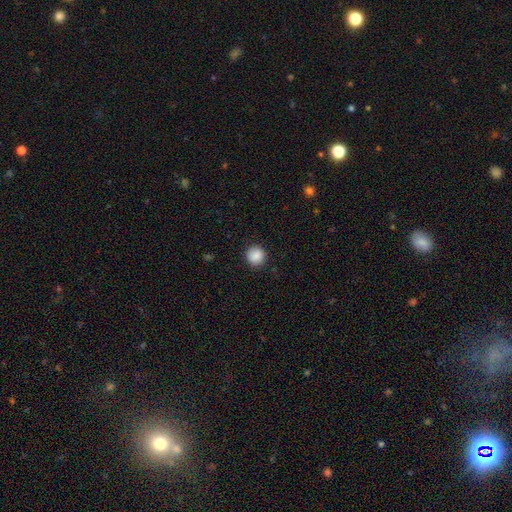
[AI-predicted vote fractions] Smooth or featured: smooth — 88% (star or artifact — 9%)
How rounded: round — 94% (in between — 5%)
Merging: none — 91% (minor disturbance — 6%)